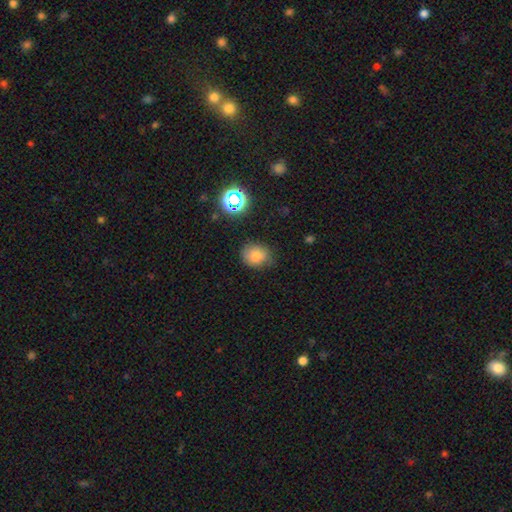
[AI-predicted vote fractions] smooth 77%, star or artifact 14%, featured or disk 8%. Down the decision tree: how rounded — round (59%); merging — none (73%).